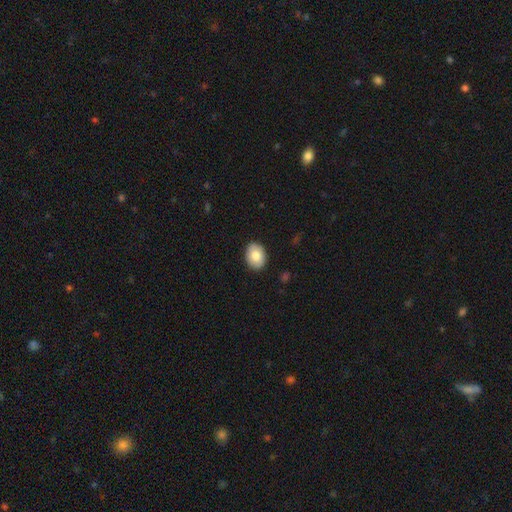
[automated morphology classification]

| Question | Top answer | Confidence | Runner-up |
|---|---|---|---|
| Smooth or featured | smooth | 80% | featured or disk (13%) |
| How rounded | in between | 70% | round (29%) |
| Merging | none | 89% | minor disturbance (8%) |